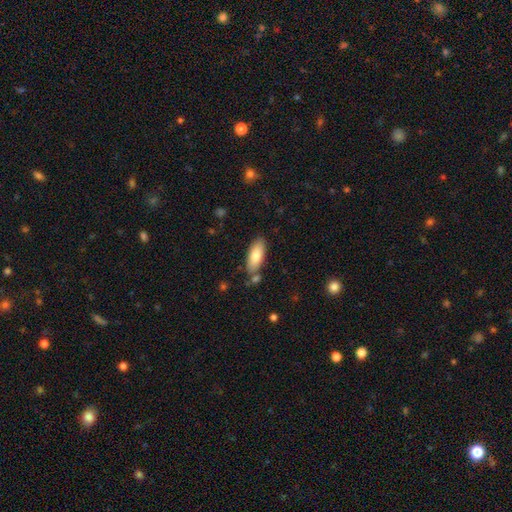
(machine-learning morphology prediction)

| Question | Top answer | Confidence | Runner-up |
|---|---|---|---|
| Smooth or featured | smooth | 80% | featured or disk (14%) |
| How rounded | in between | 78% | cigar-shaped (20%) |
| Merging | none | 76% | minor disturbance (13%) |